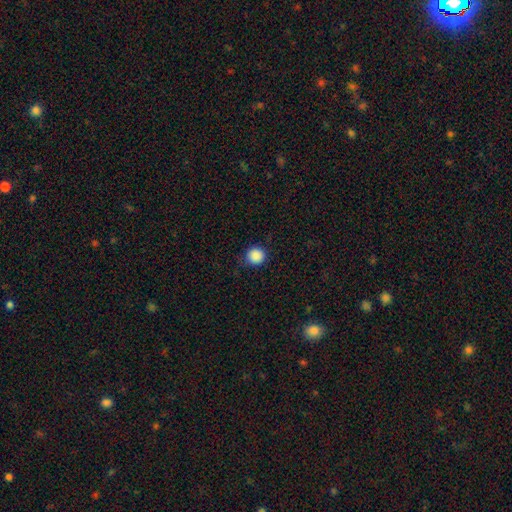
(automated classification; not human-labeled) Overall: smooth (88%). How rounded: round (93%). Merging: none (86%).